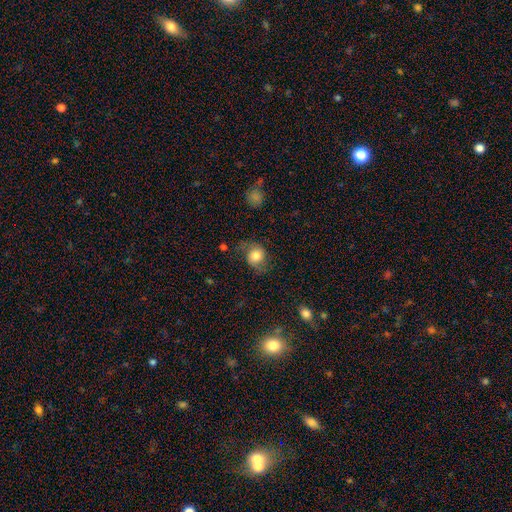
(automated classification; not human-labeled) smooth-or-featured: smooth: 58% | featured or disk: 33% | star or artifact: 9%
  how-rounded: round: 68% | in between: 30% | cigar-shaped: 1%
  merging: none: 55% | minor disturbance: 25% | major disturbance: 17% | merger: 2%